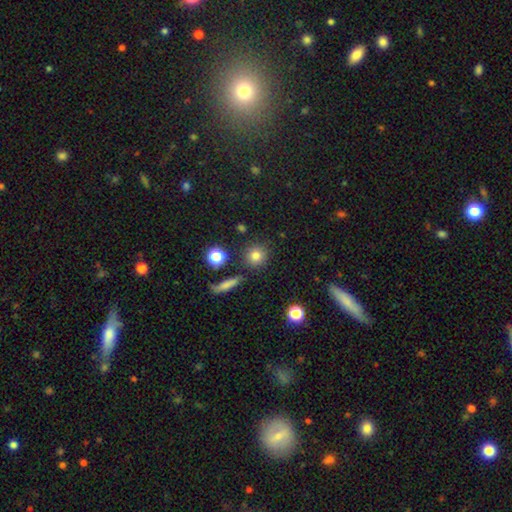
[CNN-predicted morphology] Q: Smooth or featured?
A: smooth (80%); runner-up: star or artifact (13%)
Q: How rounded?
A: round (89%); runner-up: in between (9%)
Q: Merging?
A: none (83%); runner-up: minor disturbance (9%)